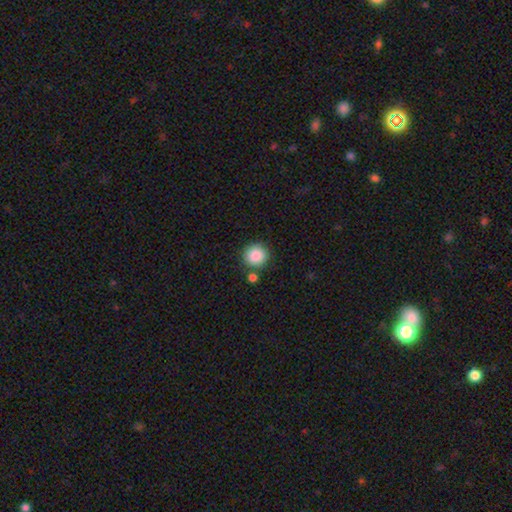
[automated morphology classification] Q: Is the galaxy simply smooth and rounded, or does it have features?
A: smooth — 87%.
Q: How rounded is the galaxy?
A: round — 94%.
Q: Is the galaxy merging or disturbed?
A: none — 82%.